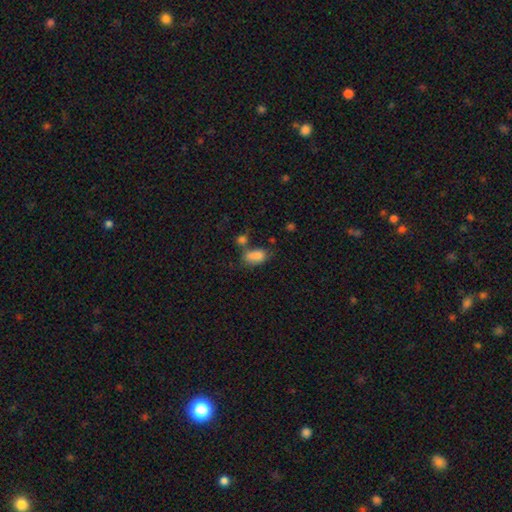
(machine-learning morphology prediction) type=smooth (82%); roundness=in between (89%); merging=none (43%).